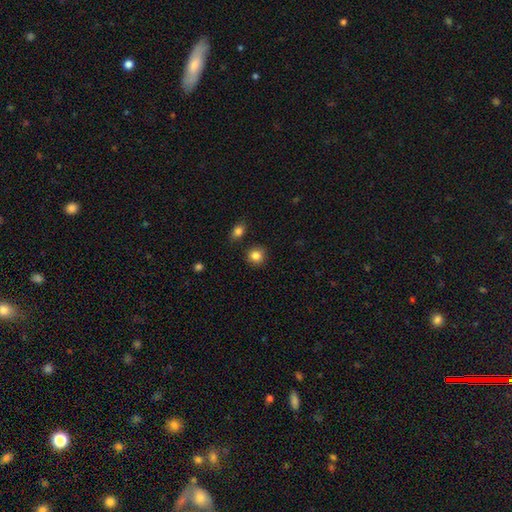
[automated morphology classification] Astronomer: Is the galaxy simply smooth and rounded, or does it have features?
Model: smooth — 85%.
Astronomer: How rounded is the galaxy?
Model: round — 88%.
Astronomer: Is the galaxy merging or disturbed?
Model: none — 88%.